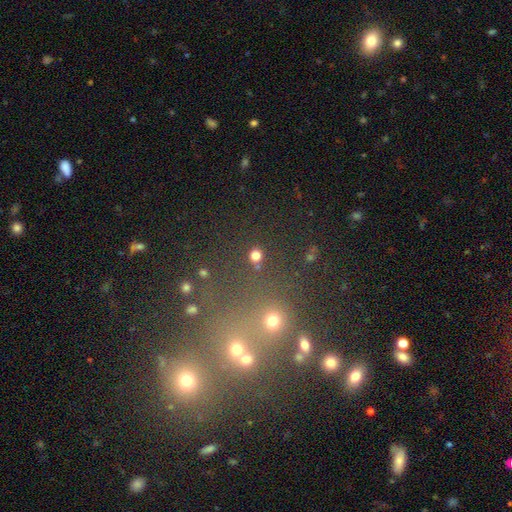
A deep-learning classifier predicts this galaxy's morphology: The model was most divided on "smooth or featured": smooth: 79%, star or artifact: 17%, featured or disk: 5%. More confident: how rounded — round (88%); merging — none (86%).